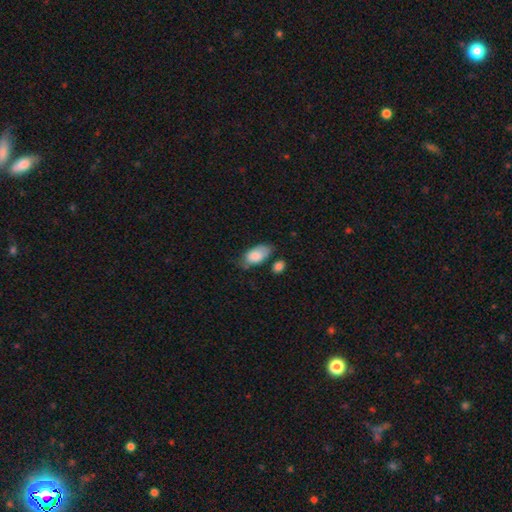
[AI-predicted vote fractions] Smooth or featured?
  - smooth: 80% *
  - featured or disk: 14%
  - star or artifact: 6%
How rounded?
  - in between: 93% *
  - round: 4%
  - cigar-shaped: 3%
Merging?
  - none: 50% *
  - minor disturbance: 31%
  - major disturbance: 10%
  - merger: 9%